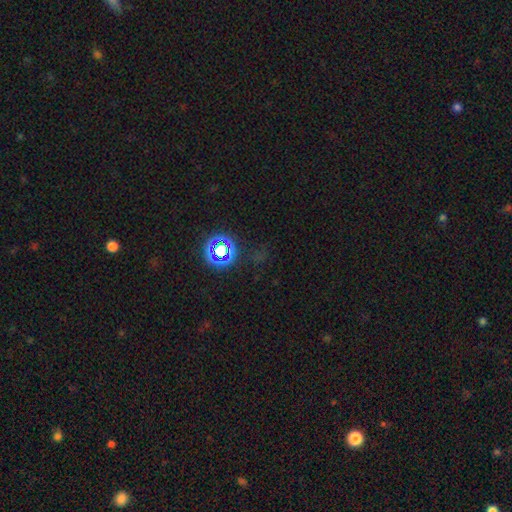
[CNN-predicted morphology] Smooth or featured: star or artifact — 72% (smooth — 18%)